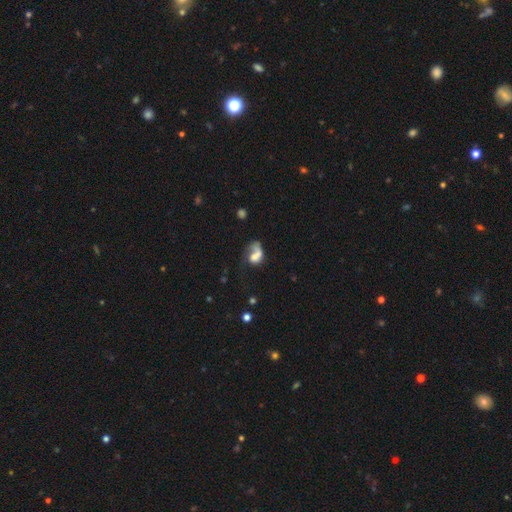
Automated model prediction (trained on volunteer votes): smooth_or_featured: smooth (p=0.46) [alt: featured or disk p=0.42]
merging: major disturbance (p=0.41) [alt: none p=0.24]